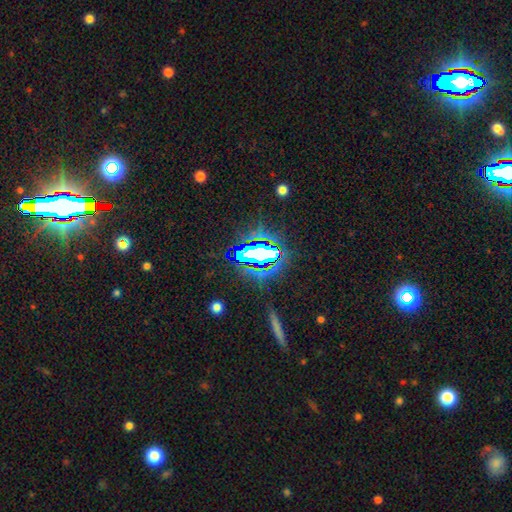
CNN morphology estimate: star or artifact 63%, smooth 22%, featured or disk 15%.